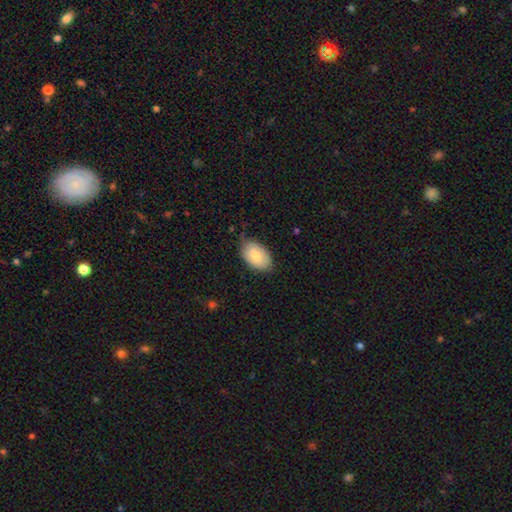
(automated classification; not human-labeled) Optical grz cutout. It shows a smooth galaxy with no disk features (83%) that is in between round and cigar-shaped (93%). Merging: none (70%).